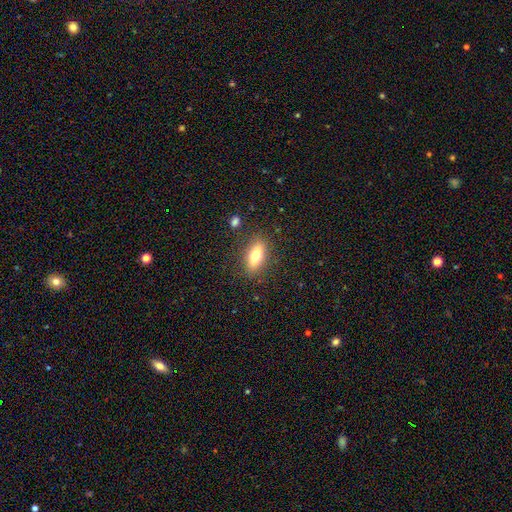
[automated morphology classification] This is likely a smooth galaxy (69%). How rounded: likely in between (74%). Merging: clearly none (84%).